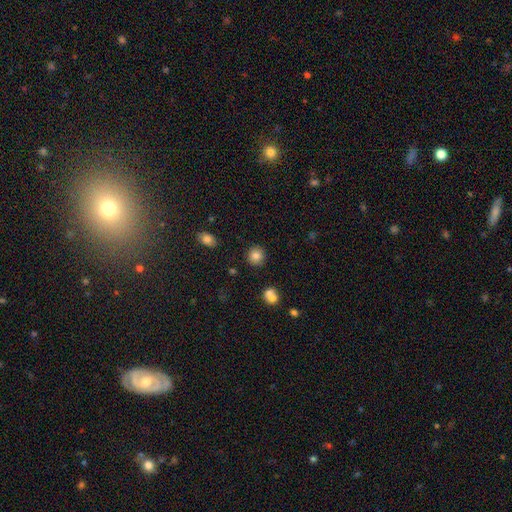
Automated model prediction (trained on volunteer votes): smooth 83%, star or artifact 10%, featured or disk 7%. Down the decision tree: how rounded — round (91%); merging — none (87%).